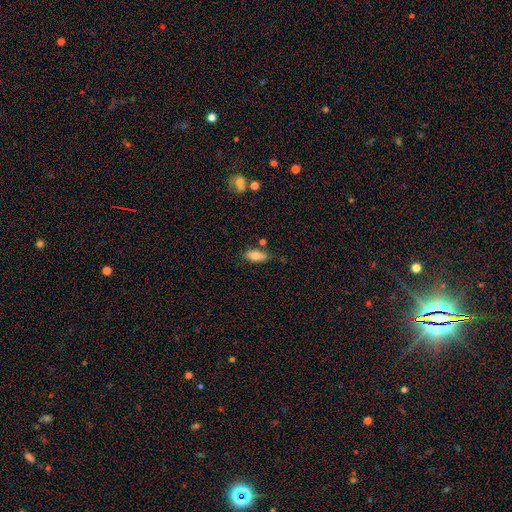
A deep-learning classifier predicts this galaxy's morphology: smooth-or-featured: smooth: 79% | featured or disk: 14% | star or artifact: 7%
  how-rounded: in between: 85% | cigar-shaped: 13% | round: 3%
  merging: none: 74% | minor disturbance: 17% | merger: 5% | major disturbance: 3%